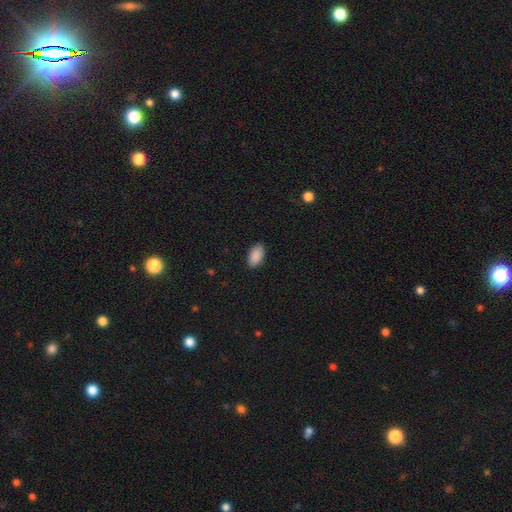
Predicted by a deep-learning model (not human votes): This is clearly a smooth galaxy (90%). How rounded: clearly in between (95%). Merging: clearly none (88%).